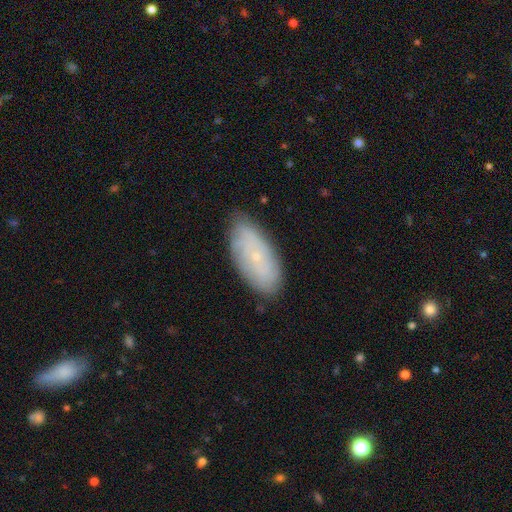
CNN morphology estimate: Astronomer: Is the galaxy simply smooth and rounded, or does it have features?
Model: smooth — 46%, tied with featured or disk at 46%.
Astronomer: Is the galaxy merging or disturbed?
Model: none — 81%.